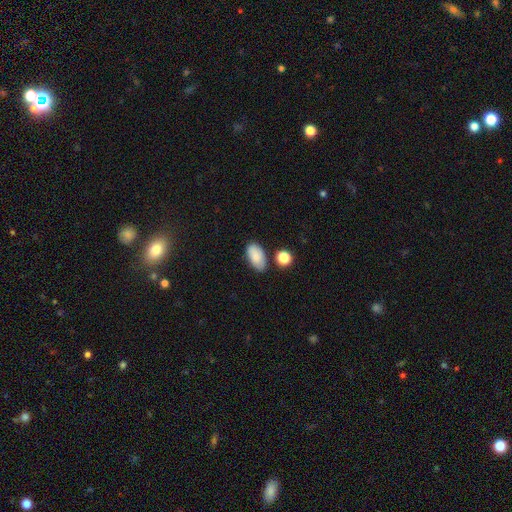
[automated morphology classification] smooth-or-featured: smooth: 84% | featured or disk: 8% | star or artifact: 8%
  how-rounded: in between: 93% | round: 4% | cigar-shaped: 3%
  merging: none: 71% | minor disturbance: 18% | merger: 7% | major disturbance: 4%